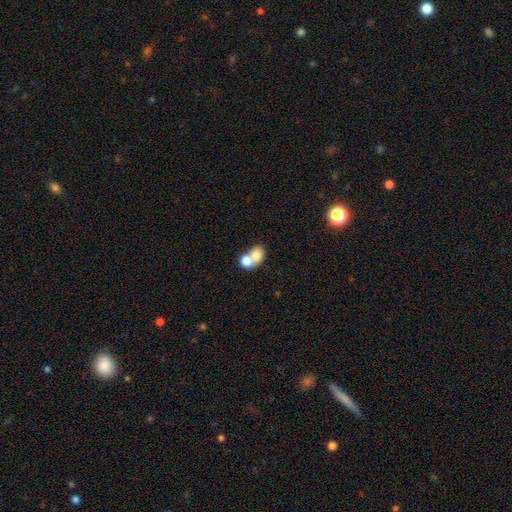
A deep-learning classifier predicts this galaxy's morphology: Smooth or featured?
  - smooth: 75% *
  - featured or disk: 16%
  - star or artifact: 9%
How rounded?
  - round: 51% *
  - in between: 48%
  - cigar-shaped: 1%
Merging?
  - merger: 68% *
  - none: 24%
  - minor disturbance: 6%
  - major disturbance: 3%